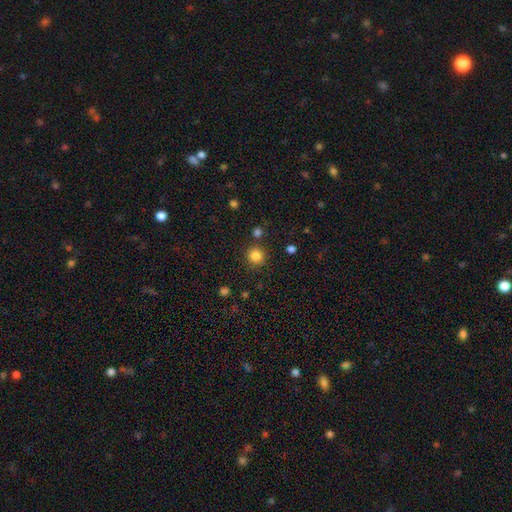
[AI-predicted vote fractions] A smooth galaxy with no disk features (84%) that is round (94%).

Vote fractions:
- Smooth or featured? smooth: 84% / star or artifact: 12% / featured or disk: 4%
- How rounded? round: 94% / in between: 5% / cigar-shaped: 1%
- Merging? none: 85% / minor disturbance: 7% / merger: 5% / major disturbance: 3%